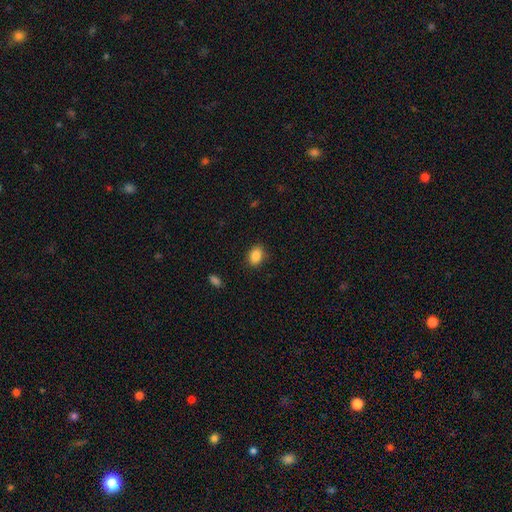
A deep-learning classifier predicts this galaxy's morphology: Smooth or featured: smooth — 87% (star or artifact — 9%)
How rounded: in between — 73% (round — 26%)
Merging: none — 85% (minor disturbance — 11%)